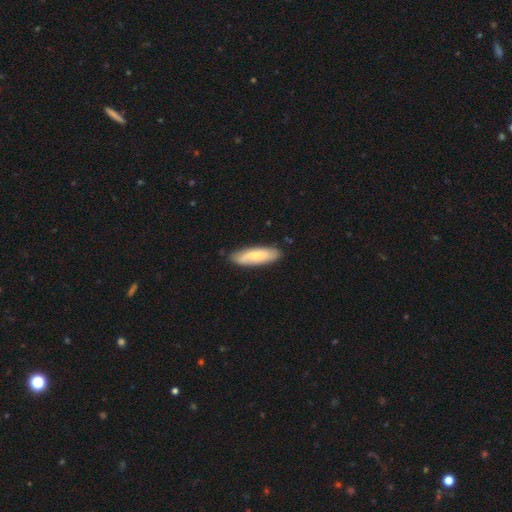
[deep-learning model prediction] This appears to be a smooth galaxy with no disk features (65%) that is in between round and cigar-shaped (49%, tied with cigar-shaped). Merging: none (82%).